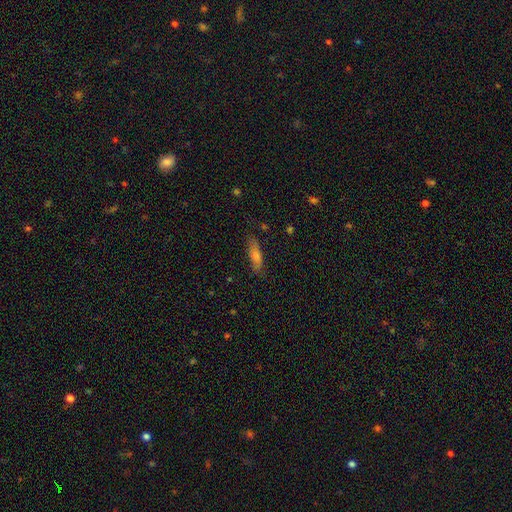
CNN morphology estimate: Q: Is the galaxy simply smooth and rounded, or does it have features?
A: smooth — 63%.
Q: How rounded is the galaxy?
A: cigar-shaped — 63%.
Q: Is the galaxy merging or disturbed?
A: none — 82%.